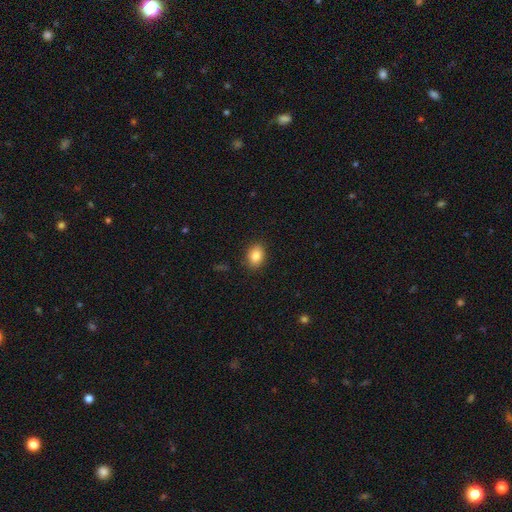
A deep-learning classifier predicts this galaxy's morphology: Smooth or featured? Predicted: smooth (p=0.86). How rounded? Predicted: in between (p=0.71). Merging? Predicted: none (p=0.88).